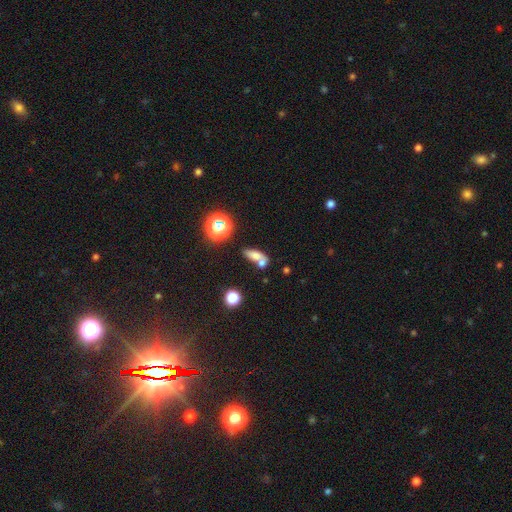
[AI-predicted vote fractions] Q: Smooth or featured?
A: smooth (69%); runner-up: featured or disk (16%)
Q: How rounded?
A: in between (66%); runner-up: cigar-shaped (19%)
Q: Merging?
A: merger (44%); runner-up: none (38%)